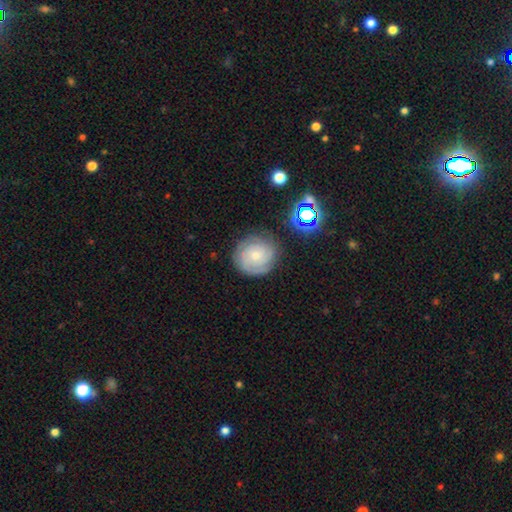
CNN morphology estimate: Smooth or featured: featured or disk — 64% (smooth — 27%)
Edge-on disk: no — 98% (yes — 2%)
Bar: no — 80% (weak — 17%)
Spiral arms: yes — 90% (no — 10%)
Spiral winding: tight — 75% (medium — 20%)
Spiral arm count: can't tell — 40% (2 — 24%)
Bulge size: small — 69% (moderate — 25%)
Merging: none — 78% (minor disturbance — 15%)